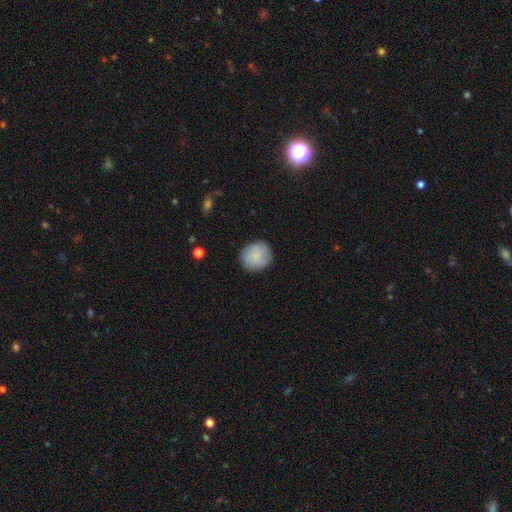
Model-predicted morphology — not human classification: A smooth galaxy with no disk features (79%) that is round (87%). Merging: none (84%).